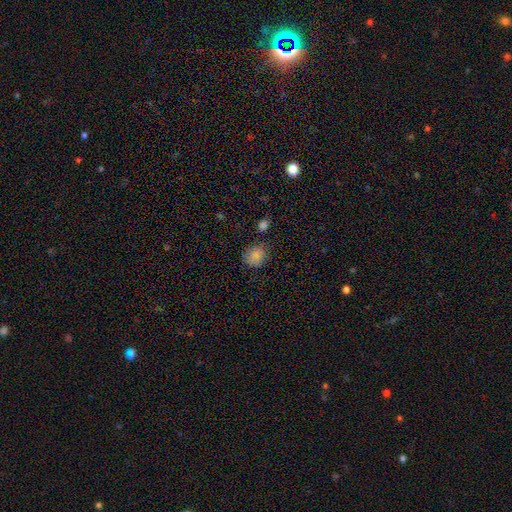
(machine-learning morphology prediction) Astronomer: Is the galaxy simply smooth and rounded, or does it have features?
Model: smooth — 84%.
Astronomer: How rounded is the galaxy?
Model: round — 67%.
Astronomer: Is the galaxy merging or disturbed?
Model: none — 73%.